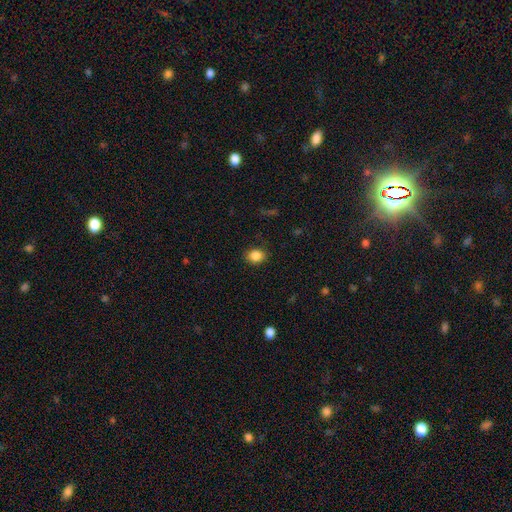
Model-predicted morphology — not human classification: smooth 86%, star or artifact 10%, featured or disk 4%. Down the decision tree: how rounded — round (57%); merging — none (86%).